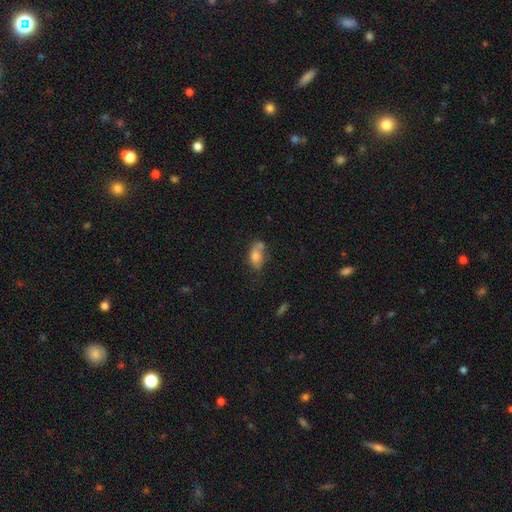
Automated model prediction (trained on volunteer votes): Smooth or featured? Predicted: smooth (p=0.73). How rounded? Predicted: in between (p=0.85). Merging? Predicted: none (p=0.42).